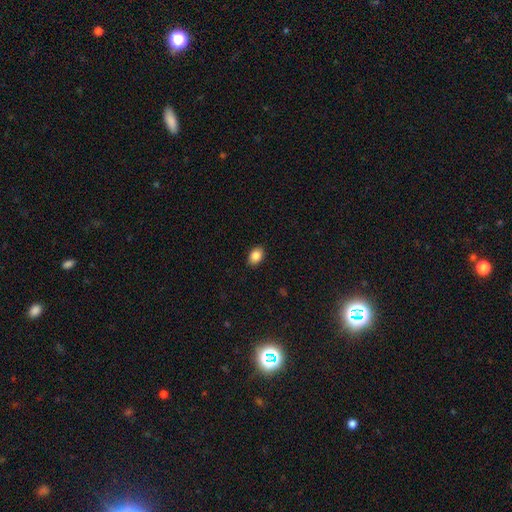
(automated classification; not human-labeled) smooth-or-featured: smooth: 87% | star or artifact: 8% | featured or disk: 5%
  how-rounded: in between: 80% | round: 19% | cigar-shaped: 1%
  merging: none: 89% | minor disturbance: 8% | major disturbance: 2% | merger: 1%